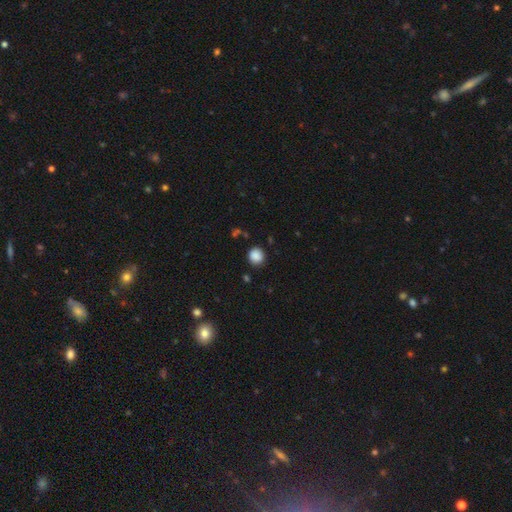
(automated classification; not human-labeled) Smooth or featured? smooth (87%)
How rounded? round (91%)
Merging? none (87%)